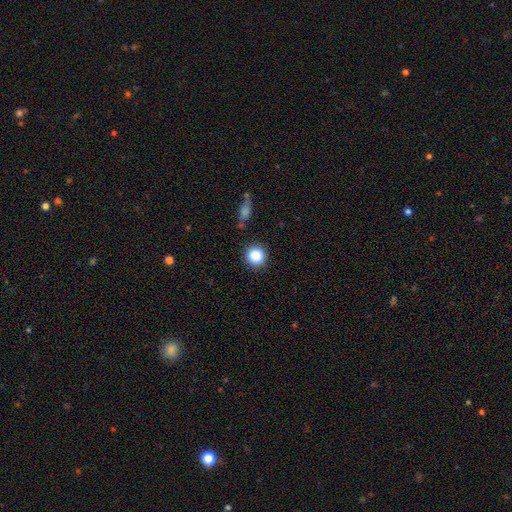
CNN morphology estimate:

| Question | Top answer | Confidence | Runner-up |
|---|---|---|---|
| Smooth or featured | smooth | 88% | star or artifact (9%) |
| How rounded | round | 94% | in between (5%) |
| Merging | none | 86% | minor disturbance (8%) |